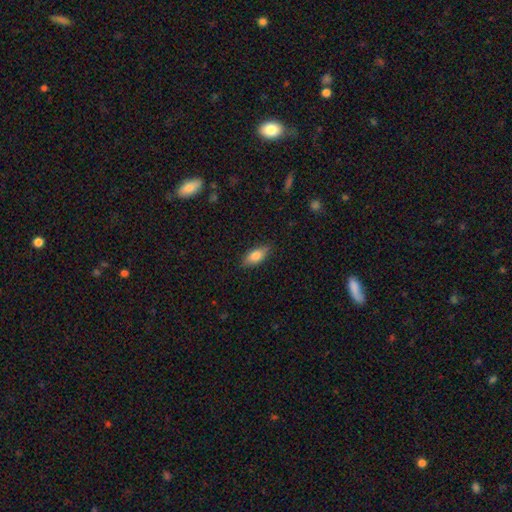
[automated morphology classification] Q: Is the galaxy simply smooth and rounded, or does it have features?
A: smooth — 76%.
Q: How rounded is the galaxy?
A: in between — 82%.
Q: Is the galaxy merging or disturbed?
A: none — 83%.